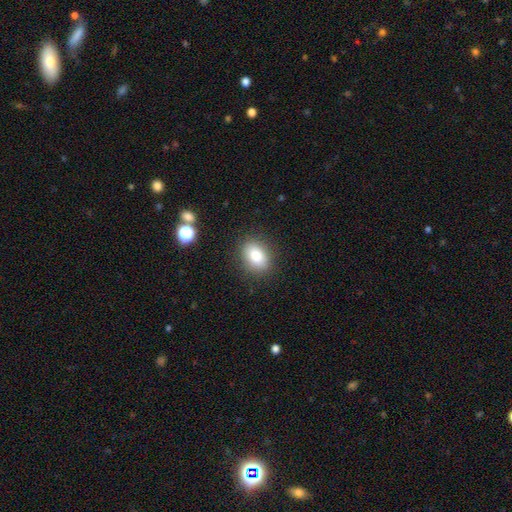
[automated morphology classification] Smooth or featured: smooth — 79% (featured or disk — 11%)
How rounded: in between — 67% (round — 32%)
Merging: none — 86% (minor disturbance — 9%)